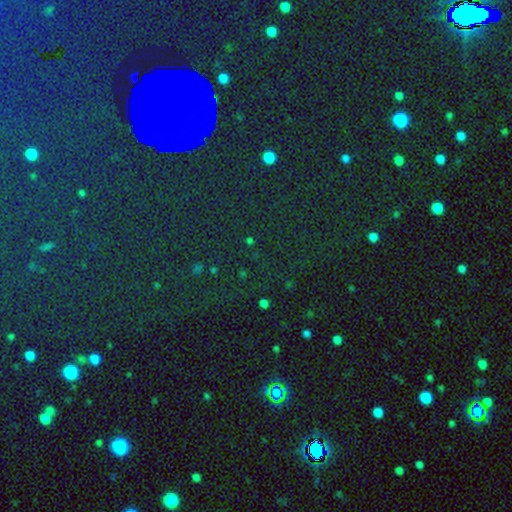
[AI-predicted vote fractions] star or artifact 74%, smooth 13%, featured or disk 13%.